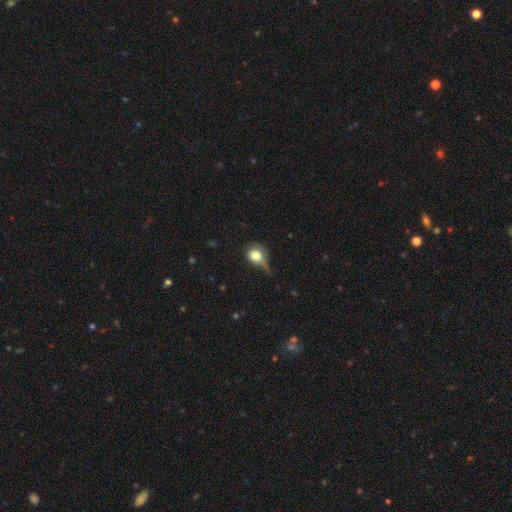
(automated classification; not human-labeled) smooth_or_featured: smooth (p=0.75) [alt: featured or disk p=0.14]
how_rounded: round (p=0.68) [alt: in between p=0.30]
merging: minor disturbance (p=0.36) [alt: none p=0.35]